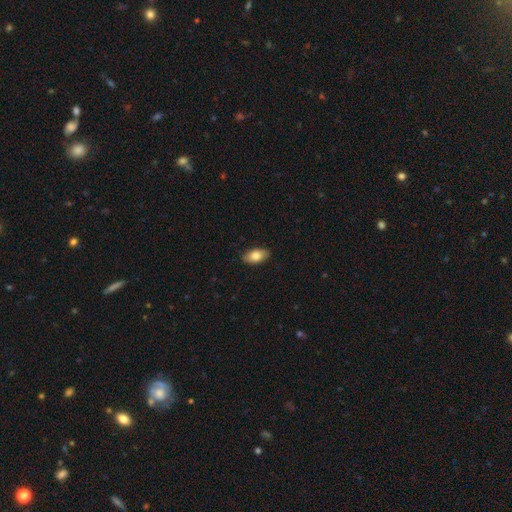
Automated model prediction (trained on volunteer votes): A smooth galaxy with no disk features (83%) that is in between round and cigar-shaped (93%).

Vote fractions:
- Smooth or featured? smooth: 83% / featured or disk: 11% / star or artifact: 7%
- How rounded? in between: 93% / round: 4% / cigar-shaped: 3%
- Merging? none: 89% / minor disturbance: 9% / major disturbance: 2% / merger: 1%